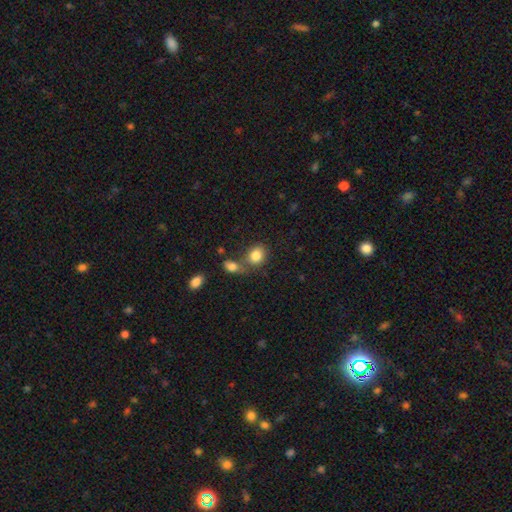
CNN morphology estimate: smooth_or_featured: smooth (p=0.83) [alt: star or artifact p=0.09]
how_rounded: round (p=0.56) [alt: in between p=0.43]
merging: none (p=0.48) [alt: merger p=0.35]